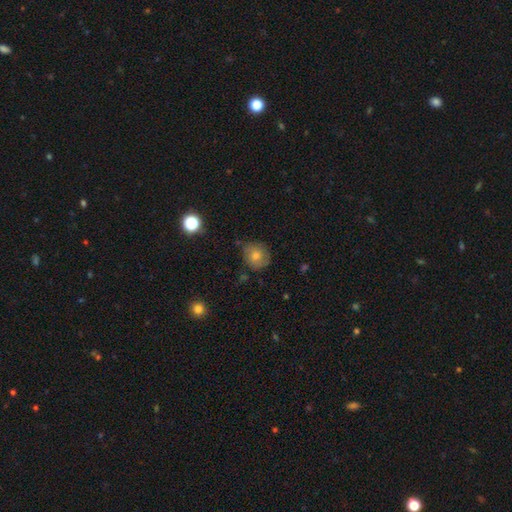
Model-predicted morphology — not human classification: A smooth galaxy with no disk features (57%) that is round (81%). Merging: none (71%).